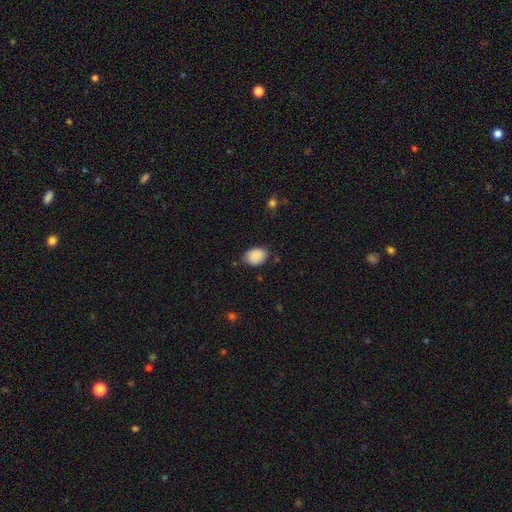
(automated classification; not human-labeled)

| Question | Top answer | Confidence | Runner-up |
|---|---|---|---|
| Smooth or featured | smooth | 89% | star or artifact (7%) |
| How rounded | in between | 74% | round (25%) |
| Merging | none | 77% | minor disturbance (18%) |